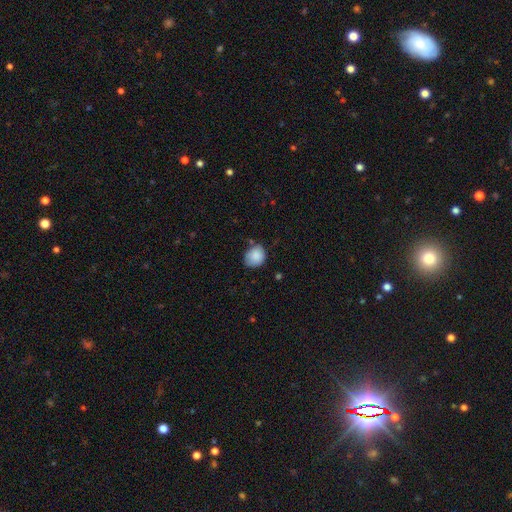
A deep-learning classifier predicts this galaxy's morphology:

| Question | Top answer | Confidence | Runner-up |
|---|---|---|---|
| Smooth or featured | smooth | 86% | star or artifact (8%) |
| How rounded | round | 64% | in between (35%) |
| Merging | none | 60% | minor disturbance (31%) |